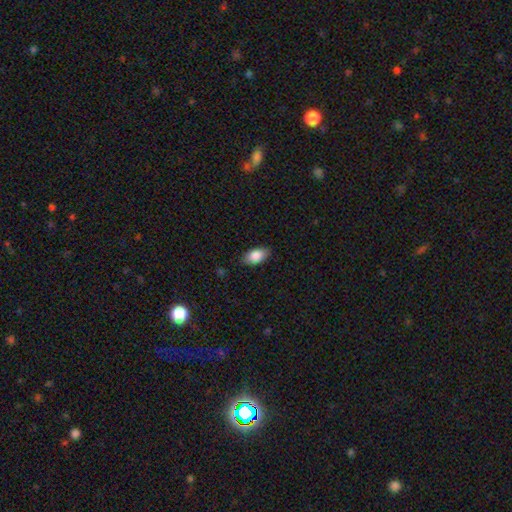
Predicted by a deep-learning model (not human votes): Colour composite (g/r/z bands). It shows a smooth galaxy with no disk features (86%) that is in between round and cigar-shaped (92%). Merging: none (85%).